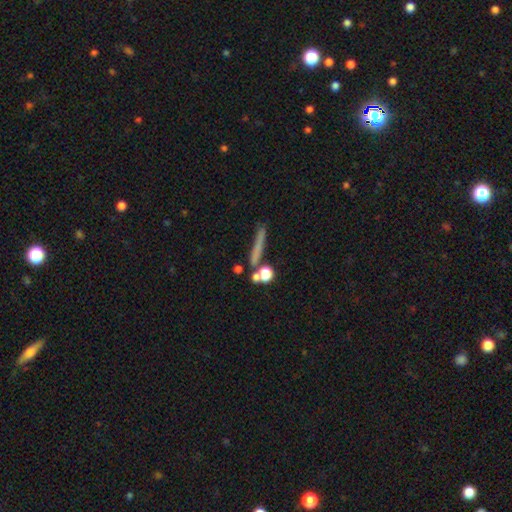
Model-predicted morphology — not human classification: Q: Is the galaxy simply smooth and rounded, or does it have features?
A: smooth — 53%.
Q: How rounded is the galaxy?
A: cigar-shaped — 72%.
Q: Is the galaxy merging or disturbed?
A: none — 70%.